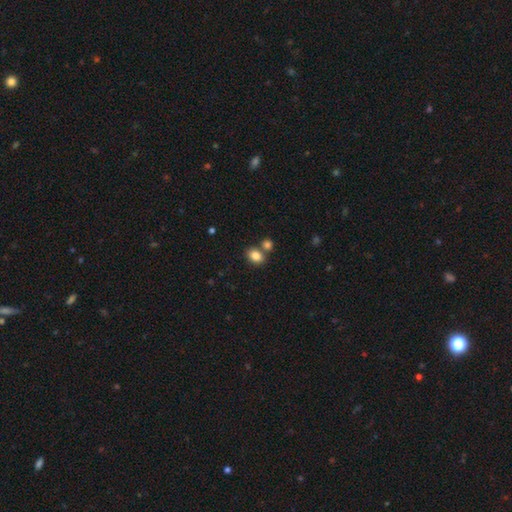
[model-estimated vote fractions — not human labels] Smooth or featured: smooth — 84% (star or artifact — 10%)
How rounded: in between — 63% (round — 36%)
Merging: none — 62% (merger — 26%)